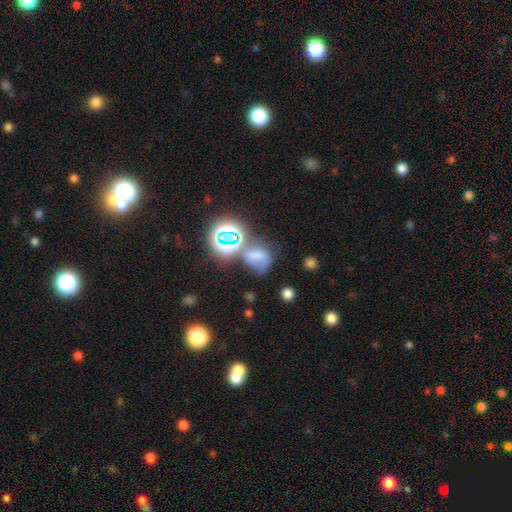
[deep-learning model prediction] Smooth or featured?
  - smooth: 47% *
  - star or artifact: 34%
  - featured or disk: 19%
Merging?
  - none: 40% *
  - minor disturbance: 22%
  - major disturbance: 20%
  - merger: 19%